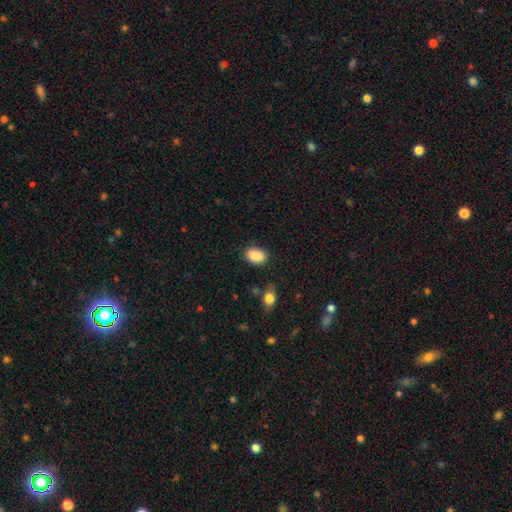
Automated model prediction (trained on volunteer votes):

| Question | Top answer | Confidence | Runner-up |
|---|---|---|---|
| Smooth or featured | smooth | 89% | star or artifact (7%) |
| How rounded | in between | 86% | round (12%) |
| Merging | none | 83% | minor disturbance (12%) |